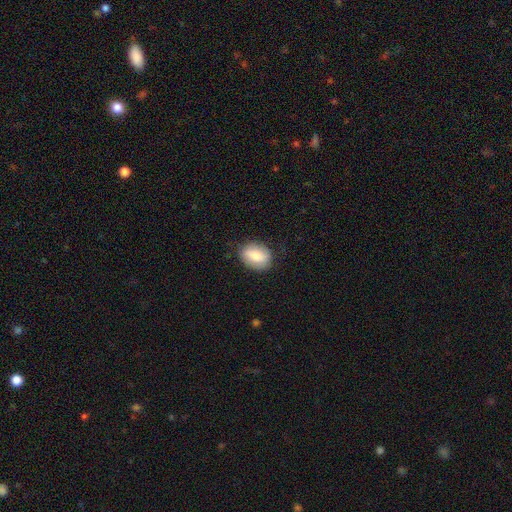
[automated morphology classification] Smooth or featured?
  - smooth: 76% *
  - featured or disk: 17%
  - star or artifact: 7%
How rounded?
  - in between: 71% *
  - round: 27%
  - cigar-shaped: 1%
Merging?
  - none: 80% *
  - minor disturbance: 15%
  - major disturbance: 4%
  - merger: 1%